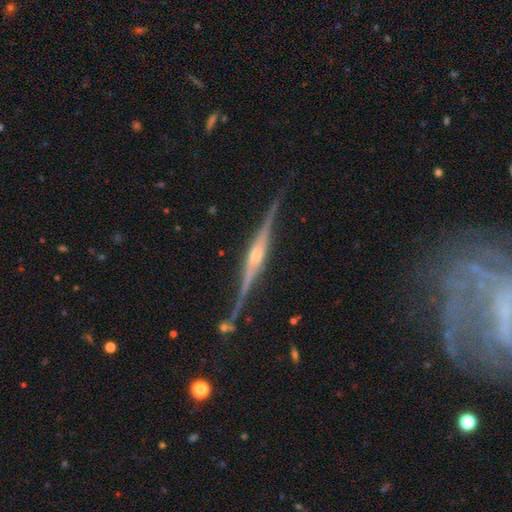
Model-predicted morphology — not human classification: smooth-or-featured: featured or disk: 89% | star or artifact: 6% | smooth: 6%
  disk-edge-on: yes: 98% | no: 2%
    edge-on-bulge: rounded: 77% | boxy: 15% | none: 9%
  merging: none: 83% | minor disturbance: 11% | merger: 3% | major disturbance: 3%